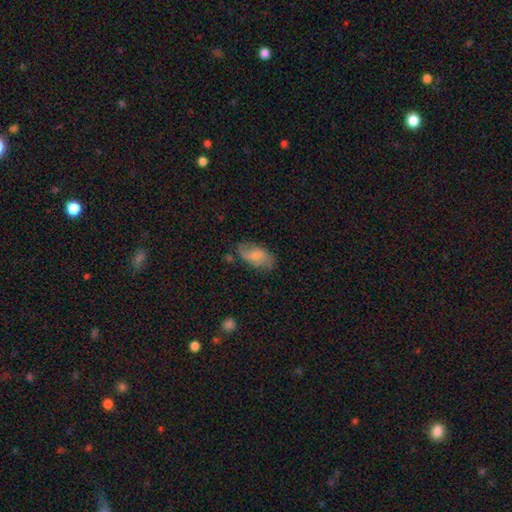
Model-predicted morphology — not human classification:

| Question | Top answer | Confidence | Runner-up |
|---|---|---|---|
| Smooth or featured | smooth | 51% | featured or disk (42%) |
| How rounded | in between | 91% | cigar-shaped (5%) |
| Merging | none | 64% | minor disturbance (24%) |